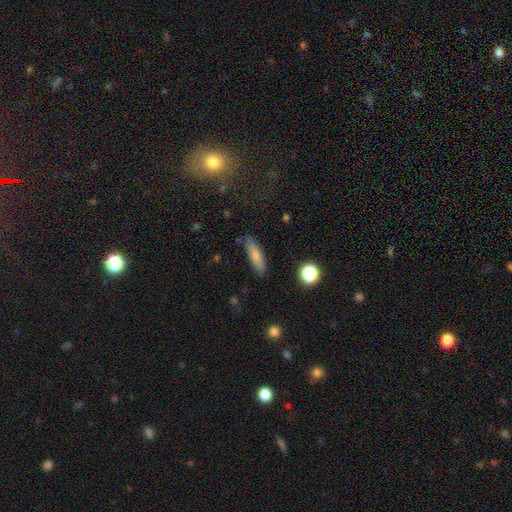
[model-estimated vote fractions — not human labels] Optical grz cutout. It shows a smooth galaxy with no disk features (78%) that is cigar-shaped (67%). Merging: none (83%).